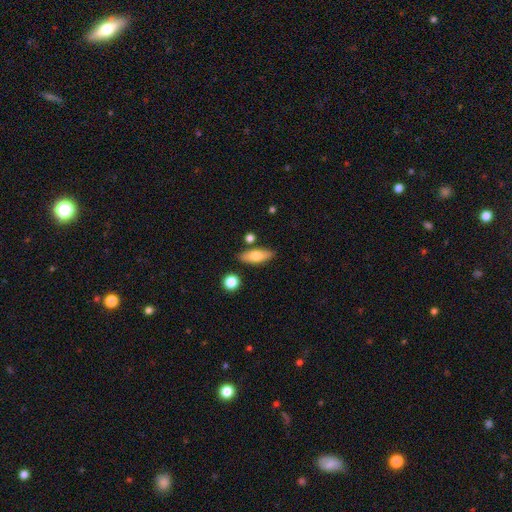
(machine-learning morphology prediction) This appears to be a smooth galaxy with no disk features (69%) that is in between round and cigar-shaped (67%). Merging: none (81%).